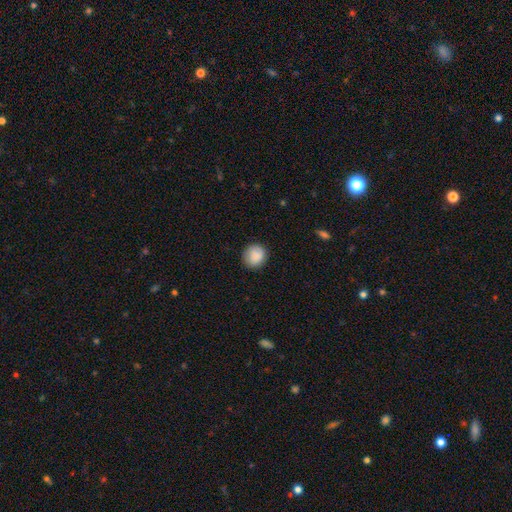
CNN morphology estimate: smooth 86%, star or artifact 7%, featured or disk 7%. Down the decision tree: how rounded — round (86%); merging — none (85%).